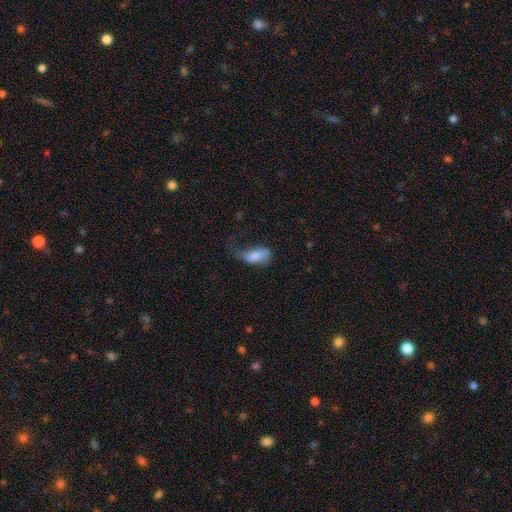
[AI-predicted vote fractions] smooth-or-featured: smooth: 77% | featured or disk: 15% | star or artifact: 8%
  how-rounded: in between: 89% | cigar-shaped: 7% | round: 3%
  merging: major disturbance: 45% | minor disturbance: 30% | none: 22% | merger: 3%